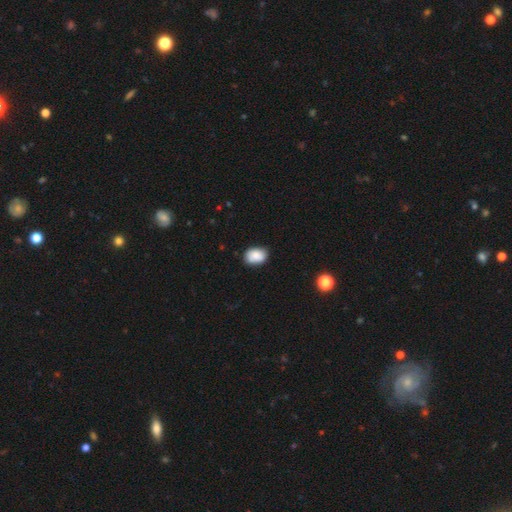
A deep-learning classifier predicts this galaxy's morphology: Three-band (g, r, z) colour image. It shows a smooth galaxy with no disk features (84%) that is in between round and cigar-shaped (78%). Merging: none (79%).